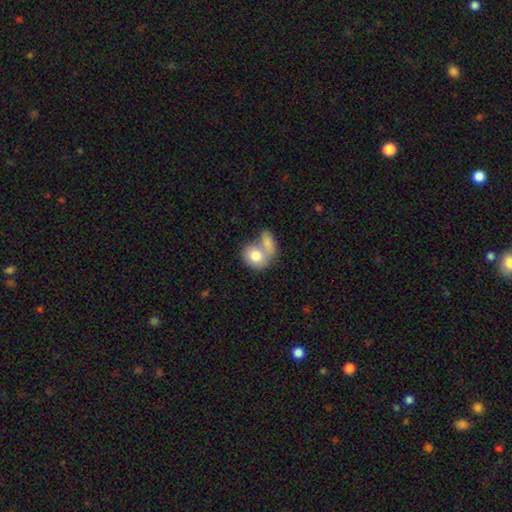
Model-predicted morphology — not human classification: This appears to be a smooth galaxy with no disk features (79%) that is in between round and cigar-shaped (53%). Merging: merger (61%).